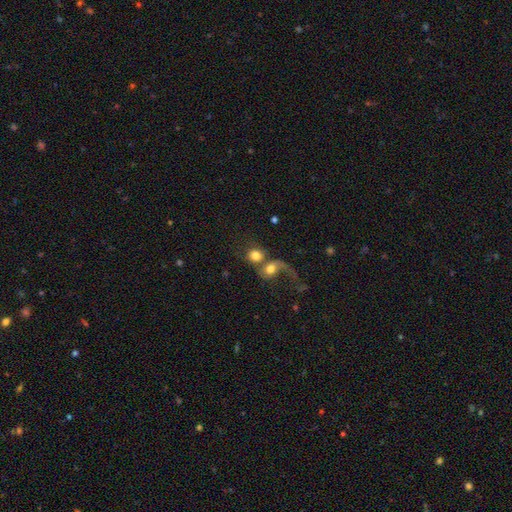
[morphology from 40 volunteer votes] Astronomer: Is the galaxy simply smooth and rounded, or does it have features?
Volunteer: smooth — 65%.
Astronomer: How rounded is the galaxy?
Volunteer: round — 62% (runner-up: in between, 38%).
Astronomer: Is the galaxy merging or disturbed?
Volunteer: merger — 76%.